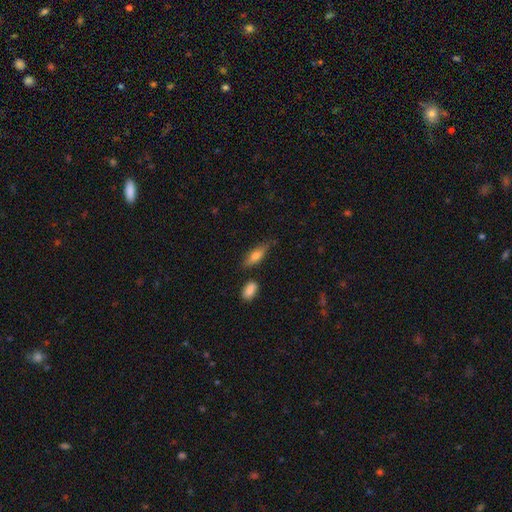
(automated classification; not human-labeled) Q: Smooth or featured?
A: smooth (64%); runner-up: featured or disk (28%)
Q: How rounded?
A: in between (55%); runner-up: cigar-shaped (41%)
Q: Merging?
A: none (75%); runner-up: minor disturbance (16%)